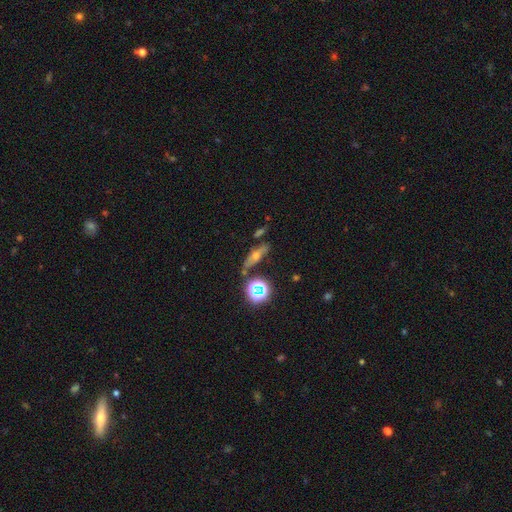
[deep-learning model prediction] Smooth or featured? Predicted: featured or disk (p=0.42). Merging? Predicted: none (p=0.72).